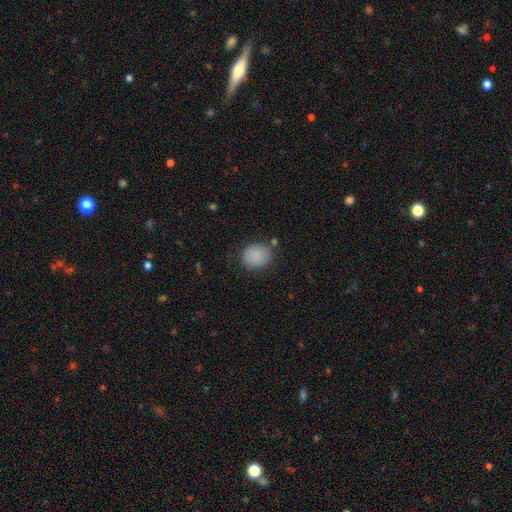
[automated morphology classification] smooth-or-featured: smooth: 87% | star or artifact: 8% | featured or disk: 5%
  how-rounded: round: 73% | in between: 26% | cigar-shaped: 1%
  merging: none: 79% | minor disturbance: 14% | major disturbance: 4% | merger: 4%